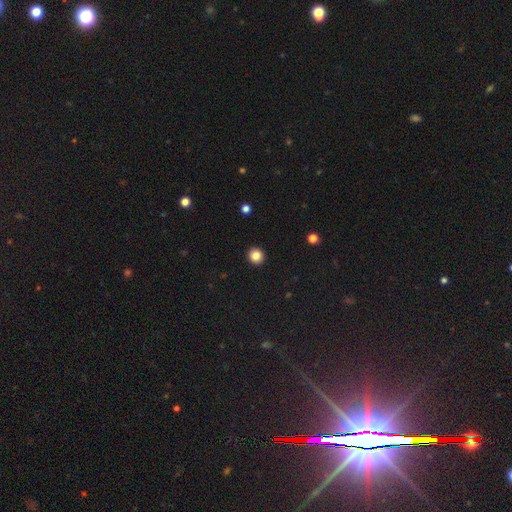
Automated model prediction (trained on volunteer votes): A smooth galaxy with no disk features (84%) that is round (93%).

Vote fractions:
- Smooth or featured? smooth: 84% / star or artifact: 11% / featured or disk: 5%
- How rounded? round: 93% / in between: 6% / cigar-shaped: 1%
- Merging? none: 94% / minor disturbance: 4% / major disturbance: 1% / merger: 1%